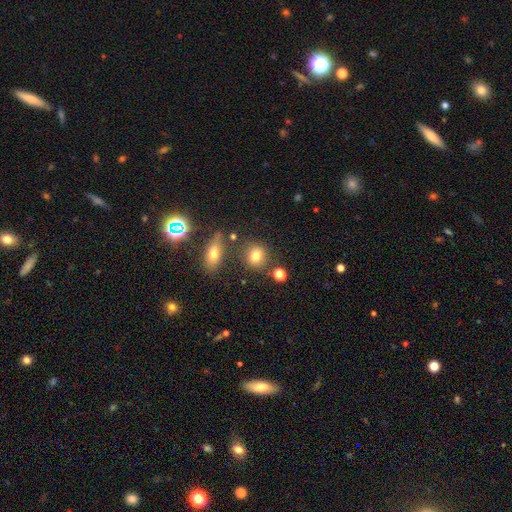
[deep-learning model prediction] Overall: smooth (76%). How rounded: round (72%). Merging: none (75%).